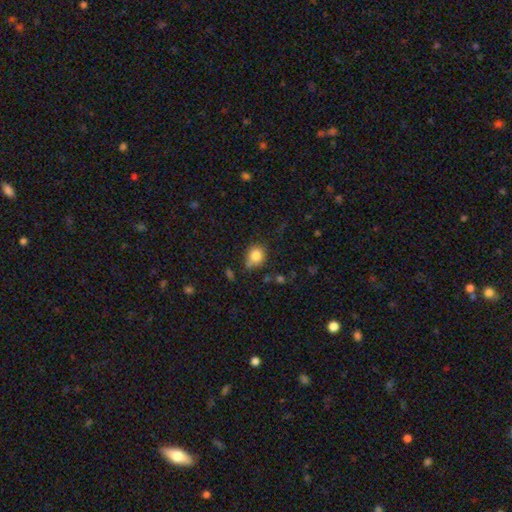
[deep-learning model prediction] Smooth or featured: smooth — 83% (star or artifact — 10%)
How rounded: round — 75% (in between — 24%)
Merging: none — 62% (minor disturbance — 25%)